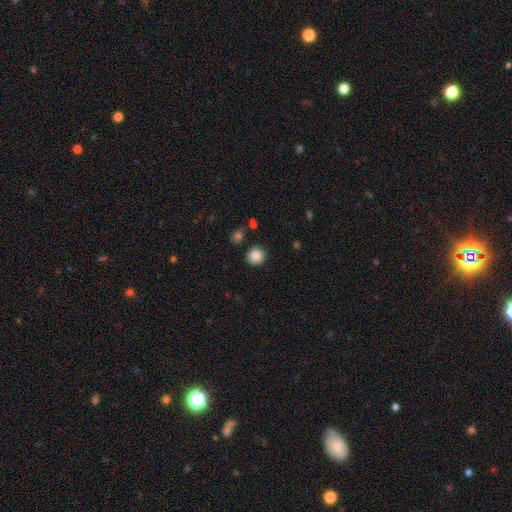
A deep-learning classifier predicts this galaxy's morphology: The model was most divided on "smooth or featured": smooth: 87%, star or artifact: 9%, featured or disk: 4%. More confident: how rounded — round (93%); merging — none (89%).